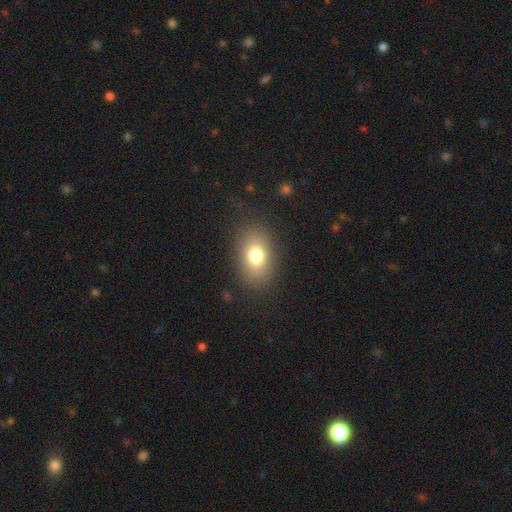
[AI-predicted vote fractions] A smooth galaxy with no disk features (77%) that is in between round and cigar-shaped (79%).

Vote fractions:
- Smooth or featured? smooth: 77% / featured or disk: 12% / star or artifact: 11%
- How rounded? in between: 79% / round: 20% / cigar-shaped: 1%
- Merging? none: 84% / minor disturbance: 10% / major disturbance: 5% / merger: 1%